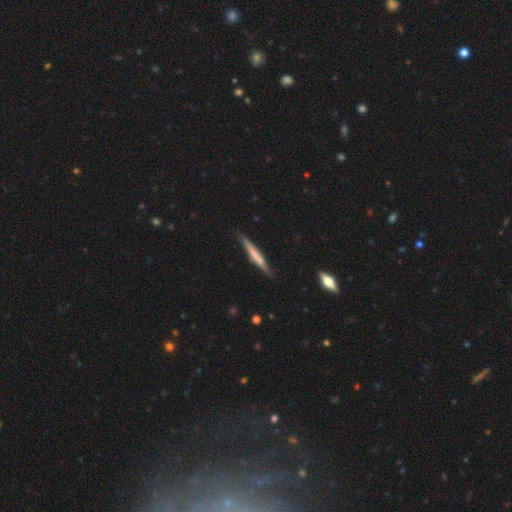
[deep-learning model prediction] Smooth or featured? Predicted: smooth (p=0.54). How rounded? Predicted: cigar-shaped (p=0.95). Merging? Predicted: none (p=0.82).